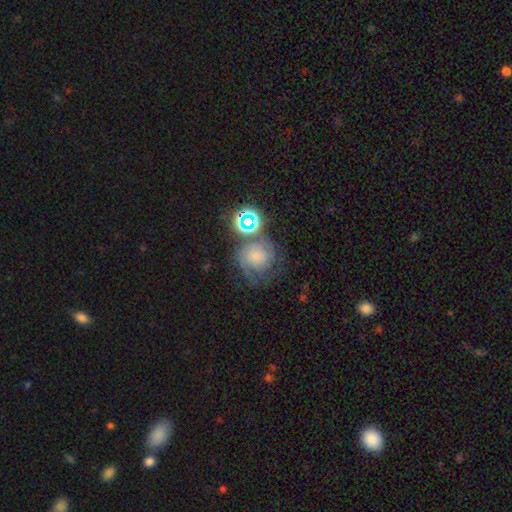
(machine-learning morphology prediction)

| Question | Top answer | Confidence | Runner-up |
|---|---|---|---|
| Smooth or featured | smooth | 45% | featured or disk (34%) |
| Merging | none | 49% | minor disturbance (20%) |